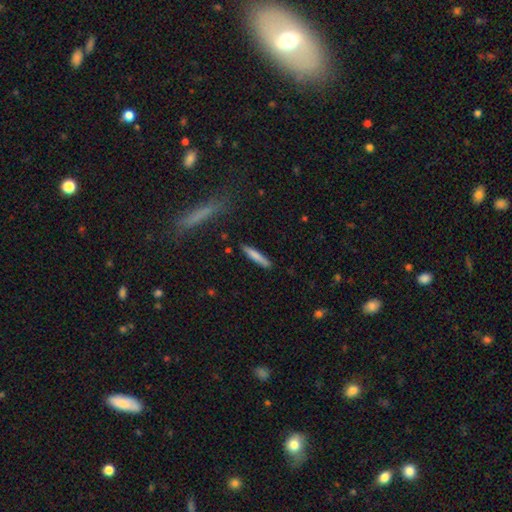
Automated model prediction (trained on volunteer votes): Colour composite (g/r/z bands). It shows a smooth galaxy with no disk features (78%) that is cigar-shaped (92%). Merging: none (86%).